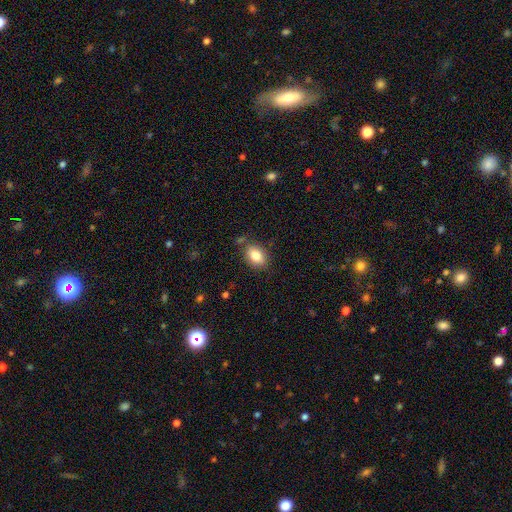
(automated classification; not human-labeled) The model was most divided on "merging": none: 78%, minor disturbance: 14%, merger: 5%, major disturbance: 4%. More confident: smooth or featured — smooth (84%); how rounded — in between (83%).